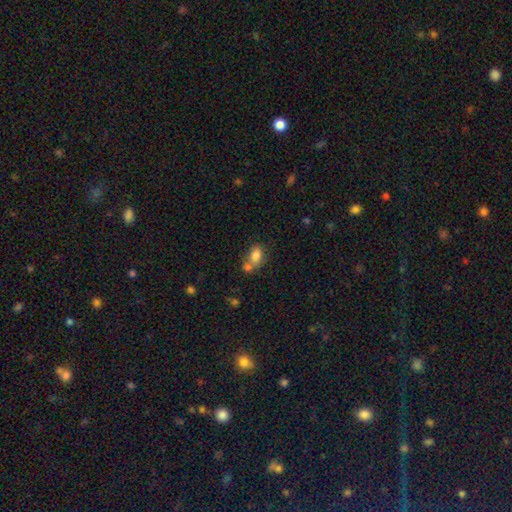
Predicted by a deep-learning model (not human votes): Morphology: type=smooth (79%); roundness=in between (79%); merging=merger (44%).